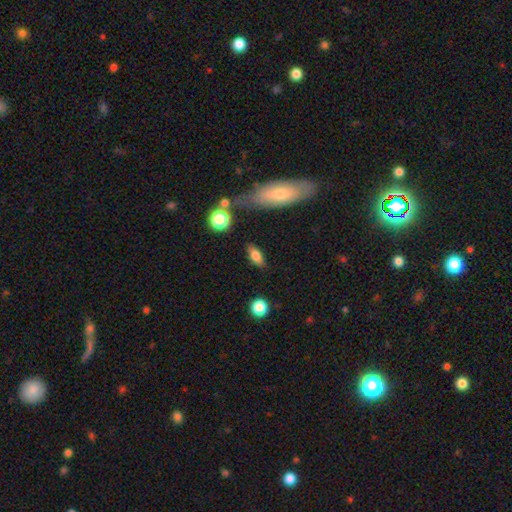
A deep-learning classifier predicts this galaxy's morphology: Smooth or featured?
  - smooth: 77% *
  - featured or disk: 14%
  - star or artifact: 9%
How rounded?
  - in between: 79% *
  - cigar-shaped: 16%
  - round: 6%
Merging?
  - none: 82% *
  - minor disturbance: 12%
  - major disturbance: 3%
  - merger: 3%